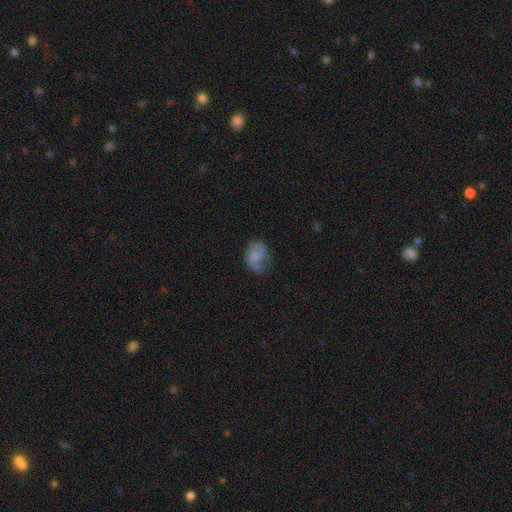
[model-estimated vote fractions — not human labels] This is possibly a smooth galaxy (58%). How rounded: likely in between (67%). Merging: marginally none (41%).